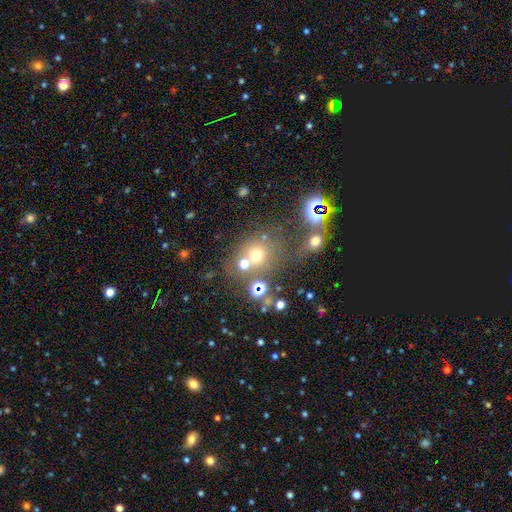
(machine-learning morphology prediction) Smooth or featured?
  - smooth: 60% *
  - star or artifact: 25%
  - featured or disk: 14%
How rounded?
  - round: 81% *
  - in between: 18%
  - cigar-shaped: 1%
Merging?
  - none: 55% *
  - merger: 27%
  - minor disturbance: 10%
  - major disturbance: 7%